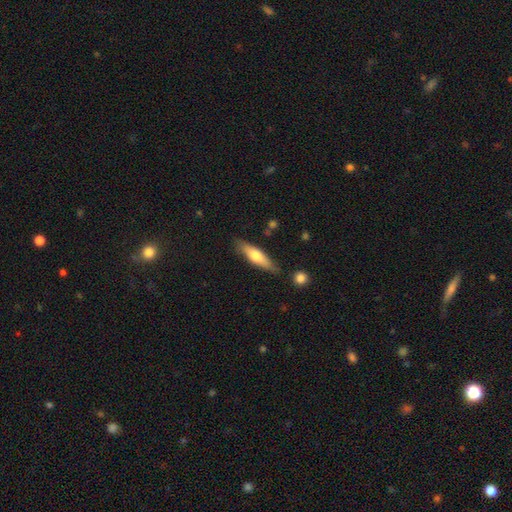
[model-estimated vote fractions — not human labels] This appears to be a smooth galaxy with no disk features (57%) that is cigar-shaped (66%). Merging: none (82%).